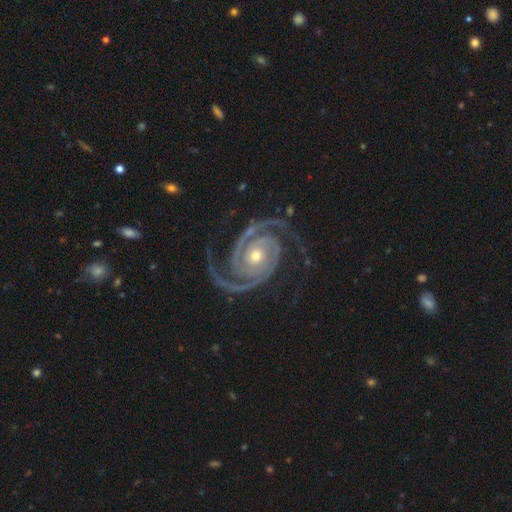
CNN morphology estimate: The model was most divided on "bulge size": moderate: 58%, small: 39%, large: 2%, none: 1%, dominant: 1%. More confident: spiral arms — yes (99%); edge-on disk — no (98%); smooth or featured — featured or disk (94%); spiral arm count — 2 (88%); merging — none (81%); bar — no (69%); spiral winding — tight (65%).